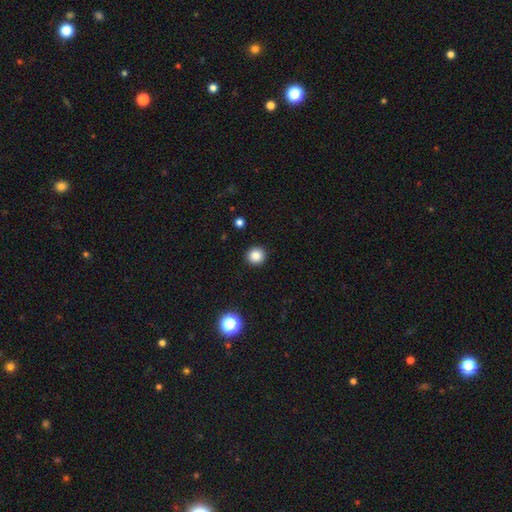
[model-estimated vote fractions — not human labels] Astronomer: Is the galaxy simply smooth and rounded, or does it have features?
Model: smooth — 85%.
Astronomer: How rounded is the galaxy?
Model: round — 93%.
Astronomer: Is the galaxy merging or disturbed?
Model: none — 93%.